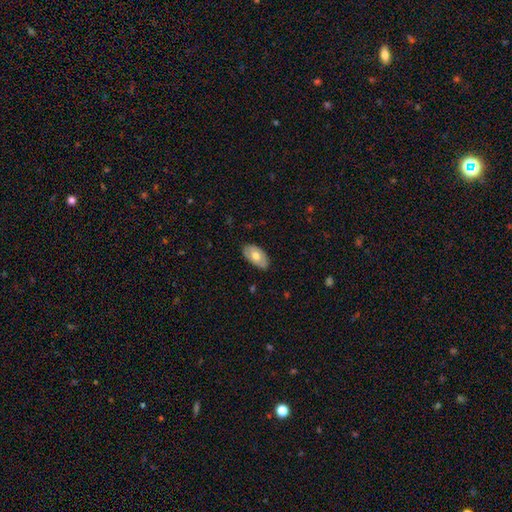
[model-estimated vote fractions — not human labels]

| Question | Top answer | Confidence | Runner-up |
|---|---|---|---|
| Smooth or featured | smooth | 57% | featured or disk (37%) |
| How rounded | in between | 94% | round (4%) |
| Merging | none | 79% | minor disturbance (17%) |